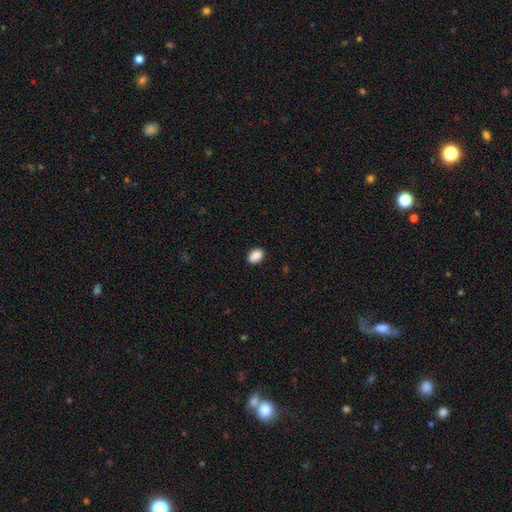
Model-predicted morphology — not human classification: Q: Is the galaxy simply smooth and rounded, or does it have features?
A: smooth — 89%.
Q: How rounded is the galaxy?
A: in between — 83%.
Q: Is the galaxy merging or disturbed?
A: none — 87%.